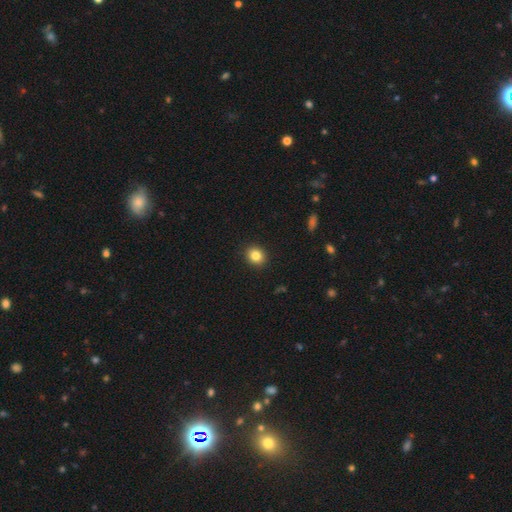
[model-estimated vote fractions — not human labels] smooth-or-featured: smooth: 84% | star or artifact: 10% | featured or disk: 6%
  how-rounded: round: 72% | in between: 27% | cigar-shaped: 1%
  merging: none: 91% | minor disturbance: 6% | major disturbance: 2% | merger: 1%